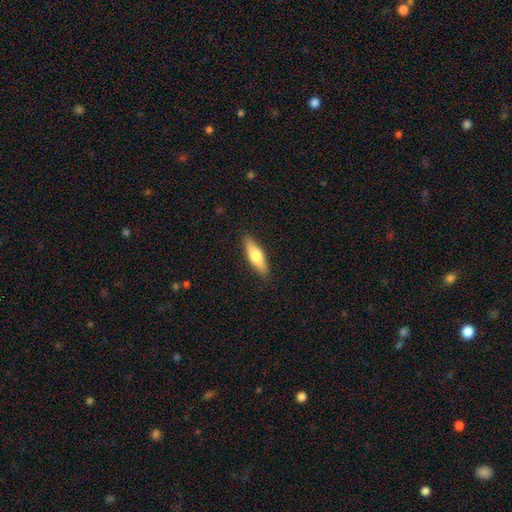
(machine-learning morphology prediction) Overall: smooth (64%; featured or disk 30%). How rounded: cigar-shaped (56%; in between 42%). Merging: none (88%).